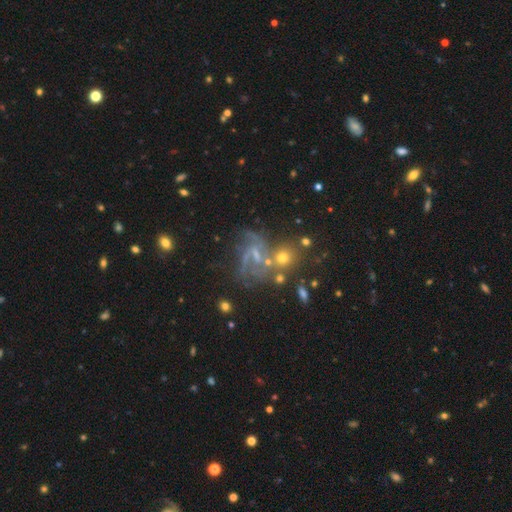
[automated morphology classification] This is likely a featured or disk galaxy (66%). It is clearly not viewed edge-on (97%). Bar: marginally weak (42%). Spiral arm pattern: clearly yes (80%). Spiral arm count: marginally 2 (32%). Spiral winding: marginally medium (43%). Central bulge: possibly small (50%). Merging: marginally none (38%).